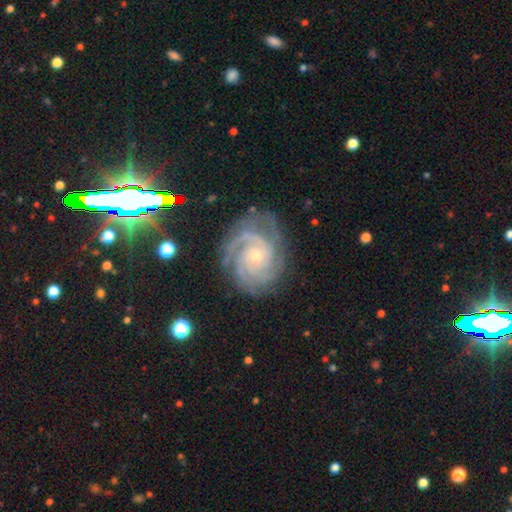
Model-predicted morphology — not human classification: A featured or disk galaxy (90%) with no bar (72%), 3 (32%) tight (74%) spiral arms (98%) and a small central bulge (73%). Merging: none (76%).